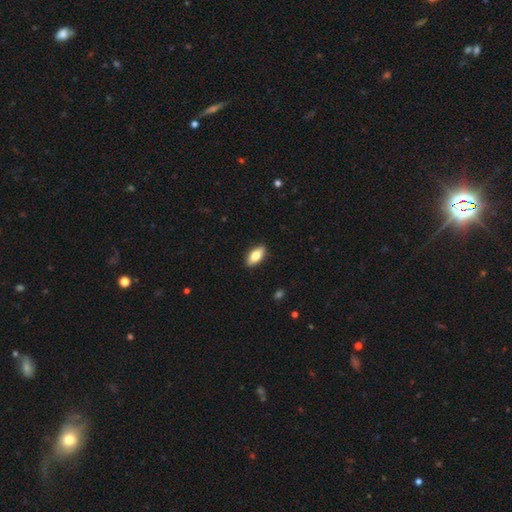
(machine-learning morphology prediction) smooth_or_featured: smooth (p=0.78) [alt: featured or disk p=0.16]
how_rounded: in between (p=0.89) [alt: cigar-shaped p=0.09]
merging: none (p=0.90) [alt: minor disturbance p=0.07]